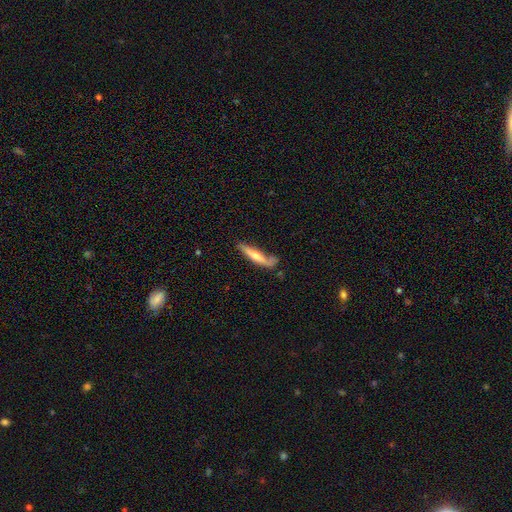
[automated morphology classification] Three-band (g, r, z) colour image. It shows a featured or disk galaxy (50%). Merging: none (61%).